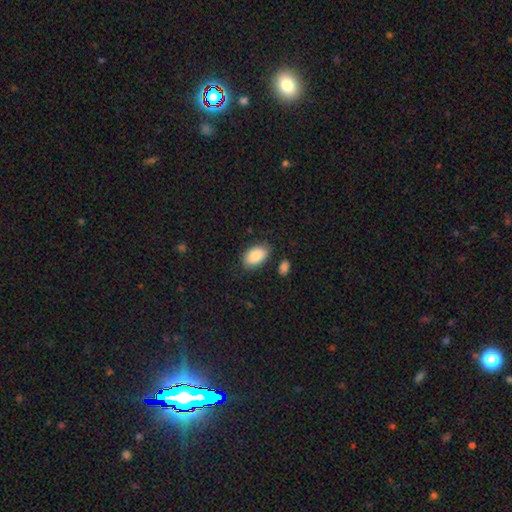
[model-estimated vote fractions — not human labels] smooth_or_featured: smooth (p=0.87) [alt: featured or disk p=0.06]
how_rounded: in between (p=0.94) [alt: round p=0.05]
merging: none (p=0.79) [alt: minor disturbance p=0.14]